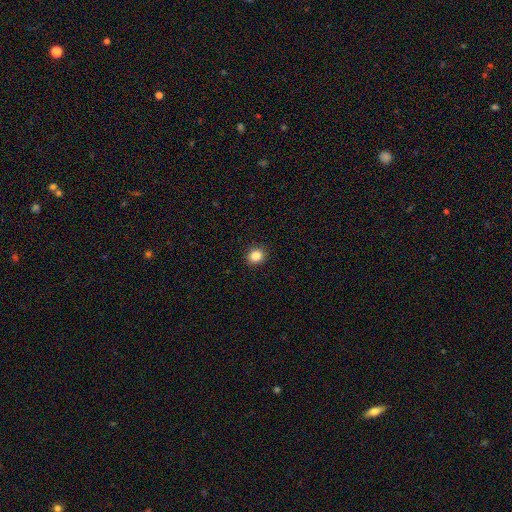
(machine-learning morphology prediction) Smooth or featured? smooth (86%)
How rounded? round (79%)
Merging? none (91%)